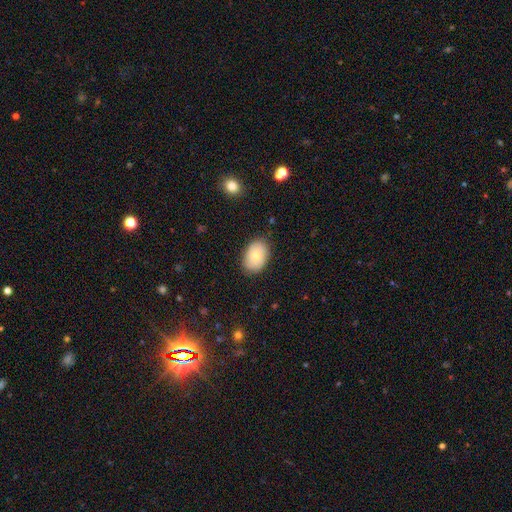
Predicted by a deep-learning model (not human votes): Smooth or featured?
  - smooth: 76% *
  - featured or disk: 17%
  - star or artifact: 7%
How rounded?
  - in between: 81% *
  - round: 18%
  - cigar-shaped: 1%
Merging?
  - none: 84% *
  - minor disturbance: 13%
  - major disturbance: 3%
  - merger: 1%